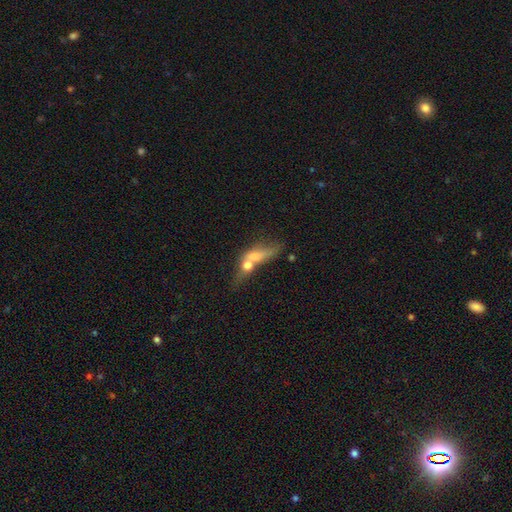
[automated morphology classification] Smooth or featured?
  - smooth: 56% *
  - featured or disk: 33%
  - star or artifact: 11%
How rounded?
  - in between: 52% *
  - cigar-shaped: 32%
  - round: 16%
Merging?
  - merger: 55% *
  - major disturbance: 17%
  - none: 17%
  - minor disturbance: 10%